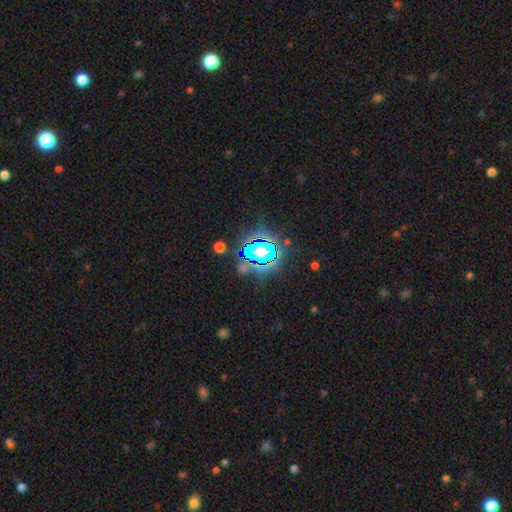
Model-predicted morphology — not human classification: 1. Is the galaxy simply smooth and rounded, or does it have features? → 76% star or artifact, 15% smooth, 9% featured or disk.